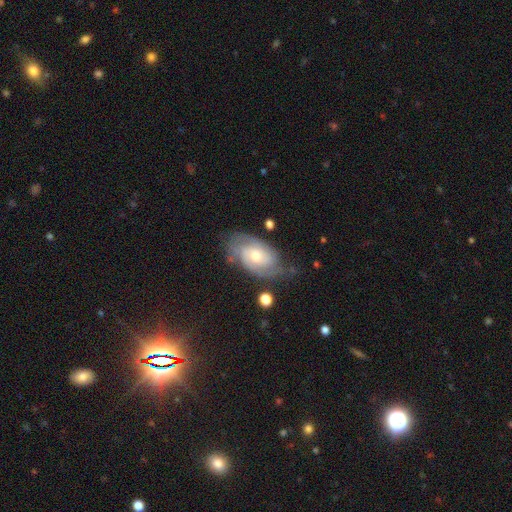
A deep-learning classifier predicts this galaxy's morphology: Smooth or featured? Predicted: featured or disk (p=0.79). Edge-on disk? Predicted: no (p=0.96). Bar? Predicted: no (p=0.61). Spiral arms? Predicted: yes (p=0.94). Spiral winding? Predicted: tight (p=0.53). Spiral arm count? Predicted: 2 (p=0.58). Bulge size? Predicted: moderate (p=0.57). Merging? Predicted: none (p=0.65).